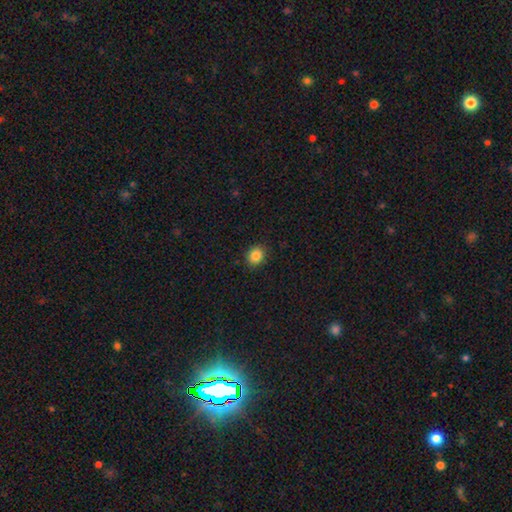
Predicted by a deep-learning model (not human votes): A smooth galaxy with no disk features (85%) that is round (69%). Merging: none (90%).